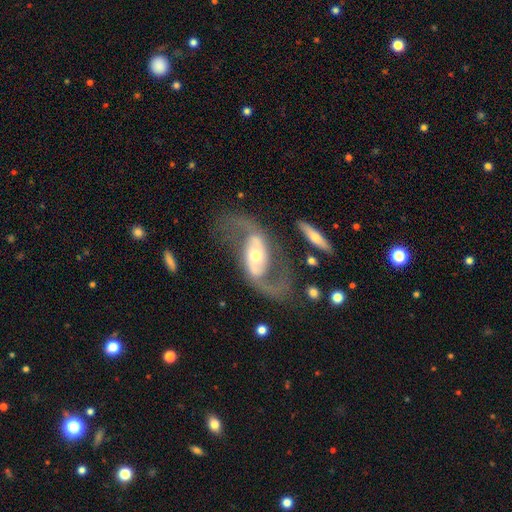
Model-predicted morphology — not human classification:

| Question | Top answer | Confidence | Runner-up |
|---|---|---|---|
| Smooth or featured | featured or disk | 88% | smooth (7%) |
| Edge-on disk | no | 95% | yes (5%) |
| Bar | no | 39% | weak (32%) |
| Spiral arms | yes | 93% | no (7%) |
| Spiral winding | loose | 58% | medium (34%) |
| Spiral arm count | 2 | 92% | 1 (3%) |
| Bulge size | moderate | 67% | small (19%) |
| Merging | none | 63% | major disturbance (18%) |